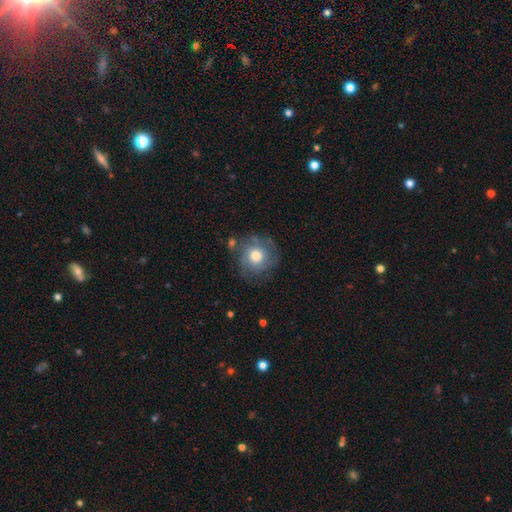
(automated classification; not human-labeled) This appears to be a smooth galaxy with no disk features (47%). Merging: none (73%).